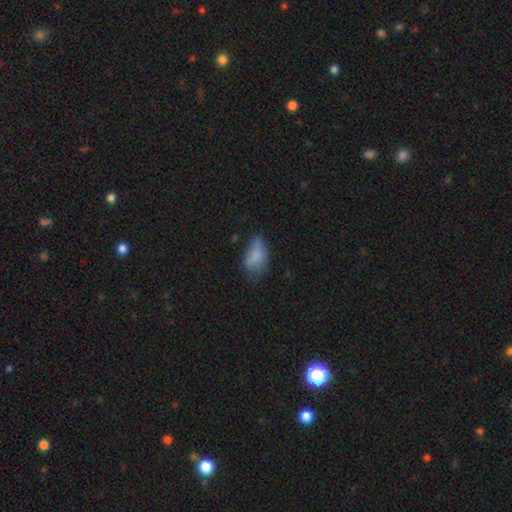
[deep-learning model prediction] smooth 74%, featured or disk 16%, star or artifact 10%. Down the decision tree: how rounded — in between (90%); merging — minor disturbance (39%).